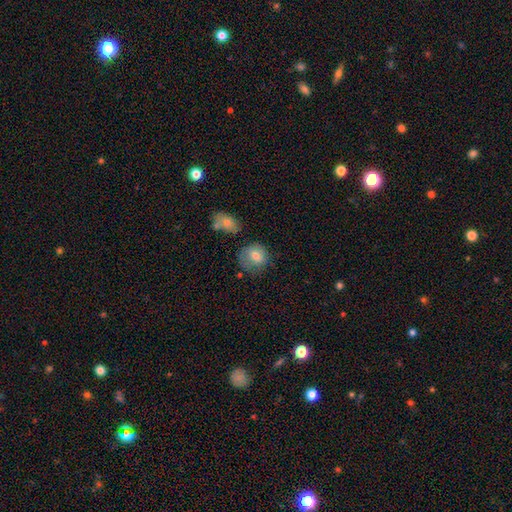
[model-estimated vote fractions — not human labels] smooth_or_featured: smooth (p=0.79) [alt: featured or disk p=0.13]
how_rounded: round (p=0.74) [alt: in between p=0.25]
merging: none (p=0.58) [alt: minor disturbance p=0.26]